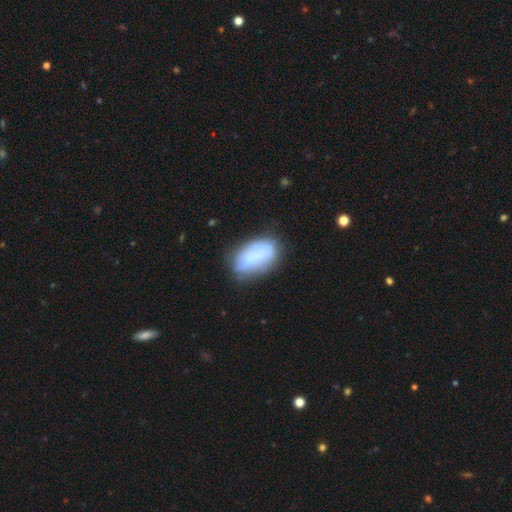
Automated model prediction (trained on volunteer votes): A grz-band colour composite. It shows a smooth galaxy with no disk features (61%) that is in between round and cigar-shaped (91%). Merging: none (62%).